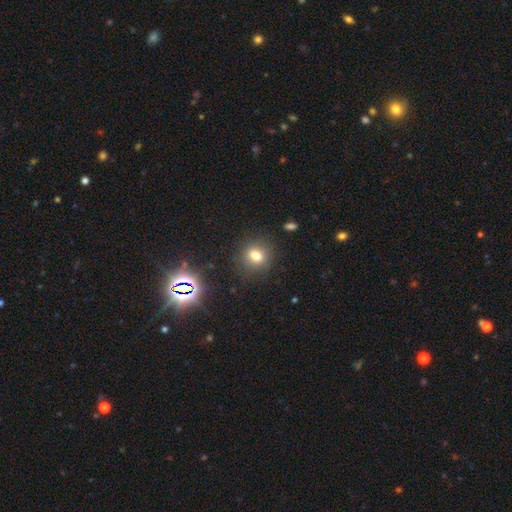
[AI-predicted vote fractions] Overall: smooth (73%). How rounded: round (71%). Merging: none (85%).